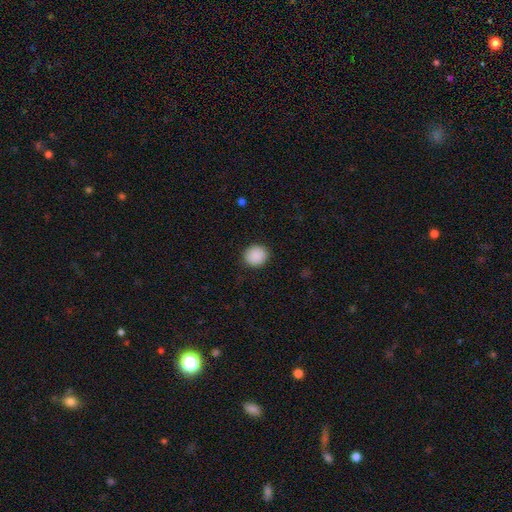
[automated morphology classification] A smooth galaxy with no disk features (90%) that is round (86%).

Vote fractions:
- Smooth or featured? smooth: 90% / star or artifact: 8% / featured or disk: 3%
- How rounded? round: 86% / in between: 13% / cigar-shaped: 1%
- Merging? none: 91% / minor disturbance: 6% / major disturbance: 2% / merger: 1%